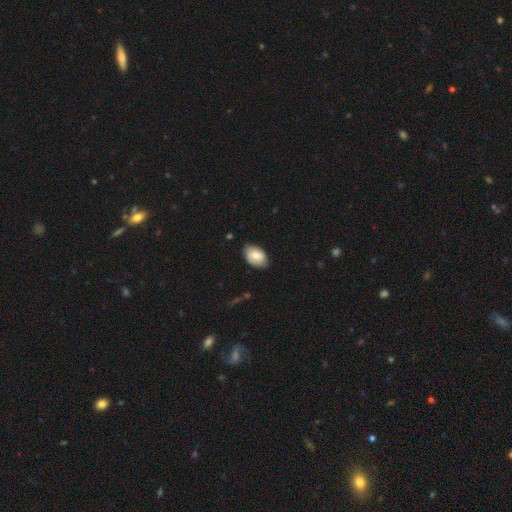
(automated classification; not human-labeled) Smooth or featured: smooth — 75% (featured or disk — 19%)
How rounded: in between — 88% (round — 11%)
Merging: none — 76% (minor disturbance — 20%)